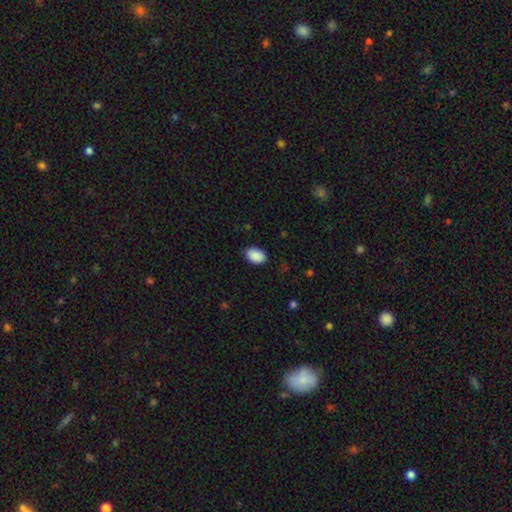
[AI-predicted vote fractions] smooth 91%, star or artifact 7%, featured or disk 3%. Down the decision tree: how rounded — in between (88%); merging — none (86%).